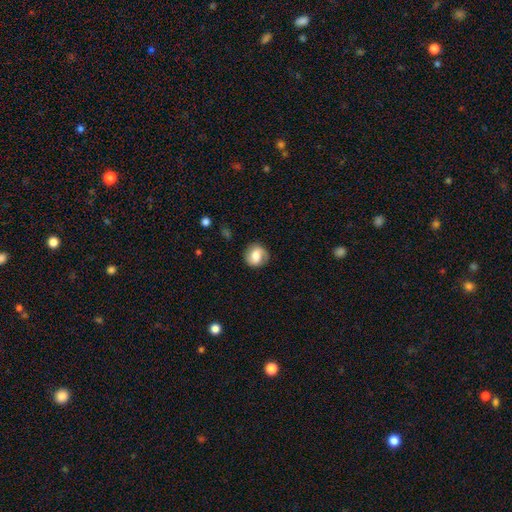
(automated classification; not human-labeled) The model was most divided on "smooth or featured": smooth: 51%, featured or disk: 41%, star or artifact: 9%. More confident: how rounded — round (76%); merging — none (75%).